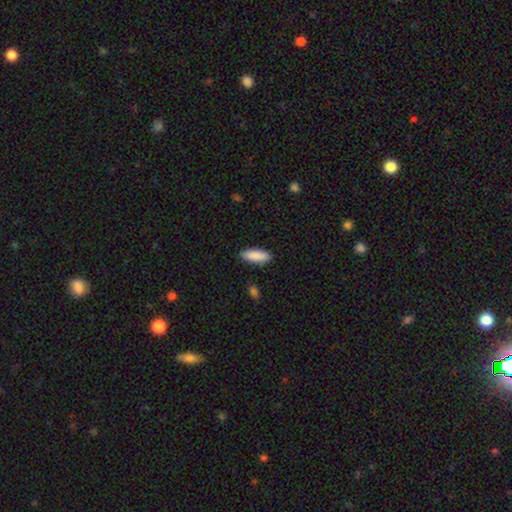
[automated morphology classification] type=smooth (89%); roundness=in between (70%); merging=none (87%).